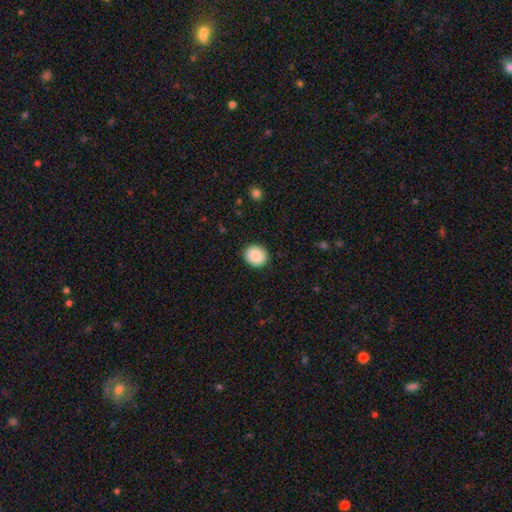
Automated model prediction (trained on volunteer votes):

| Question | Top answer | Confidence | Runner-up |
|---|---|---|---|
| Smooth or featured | smooth | 88% | star or artifact (8%) |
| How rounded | round | 84% | in between (15%) |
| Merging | none | 91% | minor disturbance (6%) |